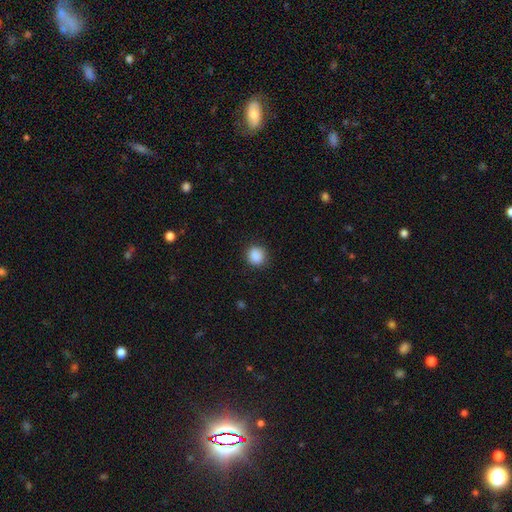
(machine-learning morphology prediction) smooth_or_featured: smooth (p=0.89) [alt: star or artifact p=0.09]
how_rounded: round (p=0.90) [alt: in between p=0.09]
merging: none (p=0.89) [alt: minor disturbance p=0.07]